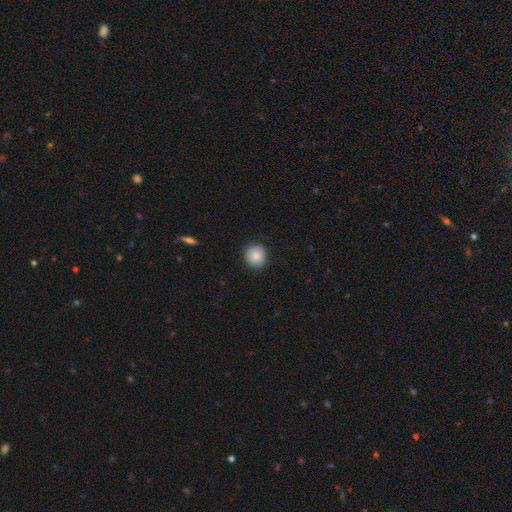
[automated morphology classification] Smooth or featured?
  - smooth: 85% *
  - star or artifact: 8%
  - featured or disk: 7%
How rounded?
  - round: 91% *
  - in between: 8%
  - cigar-shaped: 1%
Merging?
  - none: 89% *
  - minor disturbance: 8%
  - major disturbance: 2%
  - merger: 1%